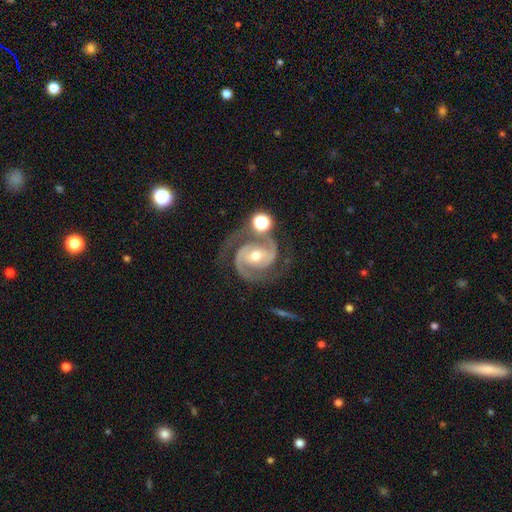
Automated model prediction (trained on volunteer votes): Smooth or featured: featured or disk — 92% (star or artifact — 5%)
Edge-on disk: no — 98% (yes — 2%)
Bar: weak — 39% (no — 34%)
Spiral arms: yes — 98% (no — 2%)
Spiral winding: medium — 50% (tight — 42%)
Spiral arm count: 2 — 92% (3 — 3%)
Bulge size: moderate — 61% (small — 34%)
Merging: none — 71% (minor disturbance — 14%)